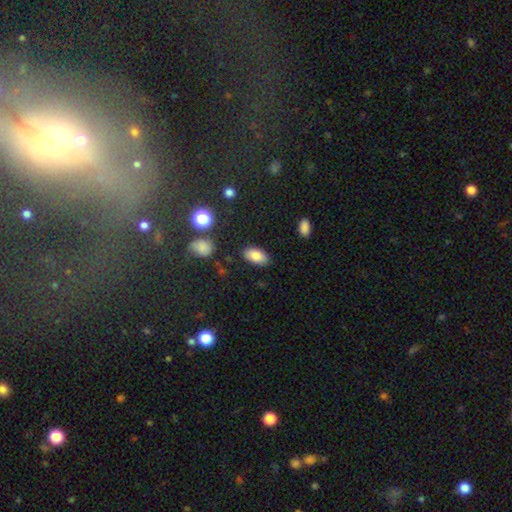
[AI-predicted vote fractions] smooth-or-featured: smooth: 83% | featured or disk: 9% | star or artifact: 8%
  how-rounded: in between: 93% | round: 4% | cigar-shaped: 3%
  merging: none: 84% | minor disturbance: 11% | major disturbance: 3% | merger: 2%